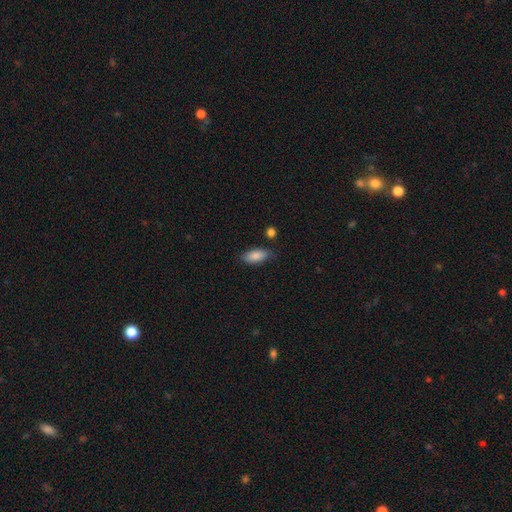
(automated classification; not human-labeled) Morphology: type=smooth (86%); roundness=in between (85%); merging=none (78%).